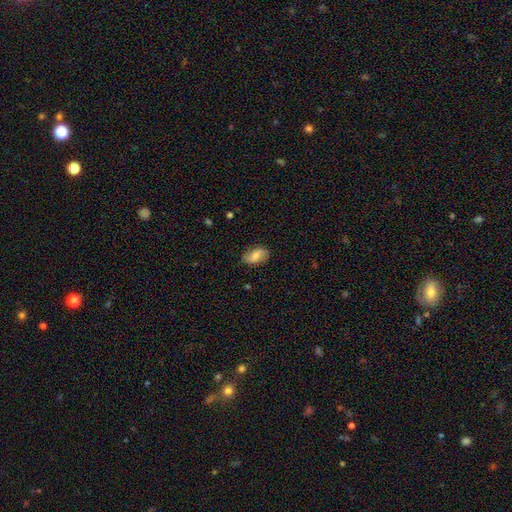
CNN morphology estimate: The model was most divided on "smooth or featured": smooth: 58%, featured or disk: 34%, star or artifact: 8%. More confident: how rounded — in between (91%); merging — none (81%).